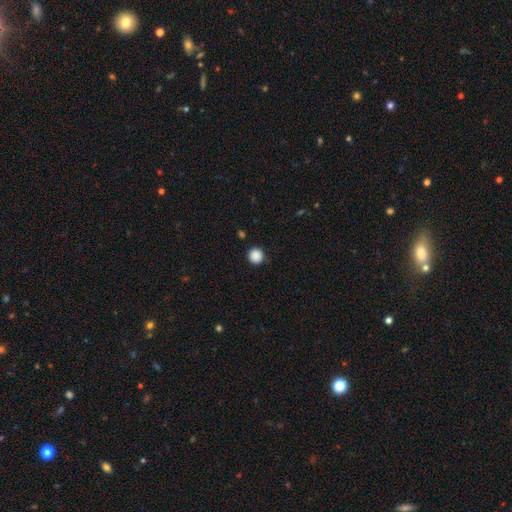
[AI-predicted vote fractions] Overall: smooth (88%). How rounded: round (95%). Merging: none (91%).